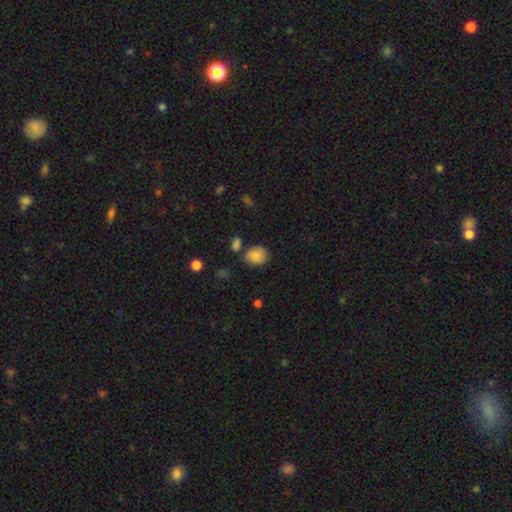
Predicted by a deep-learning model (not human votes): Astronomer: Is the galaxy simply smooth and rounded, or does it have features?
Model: smooth — 86%.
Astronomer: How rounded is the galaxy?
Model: round — 53% (runner-up: in between, 46%).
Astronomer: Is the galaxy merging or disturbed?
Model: none — 67%.